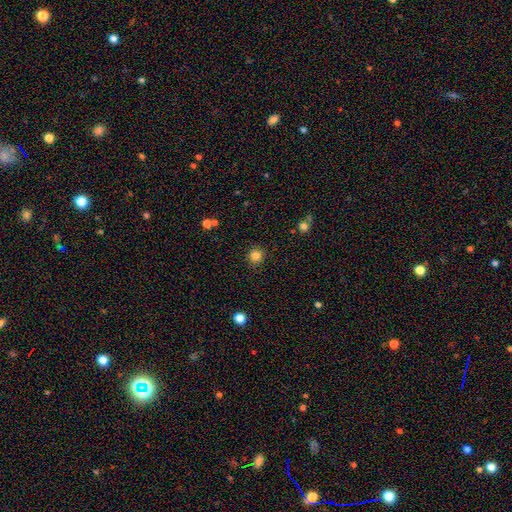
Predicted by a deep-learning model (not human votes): This is clearly a smooth galaxy (83%). How rounded: clearly round (92%). Merging: clearly none (90%).